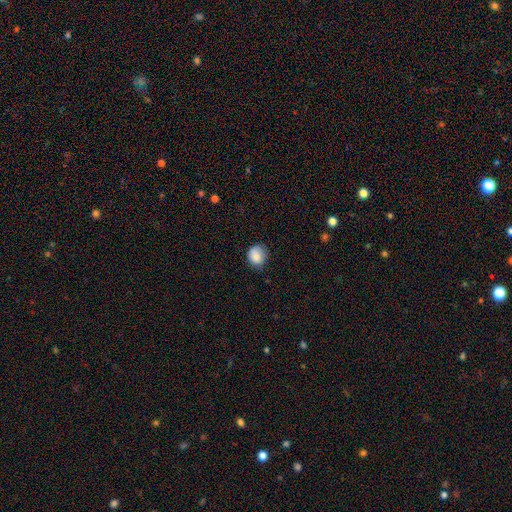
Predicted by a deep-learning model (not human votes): Smooth or featured? smooth (85%)
How rounded? round (70%)
Merging? none (66%)